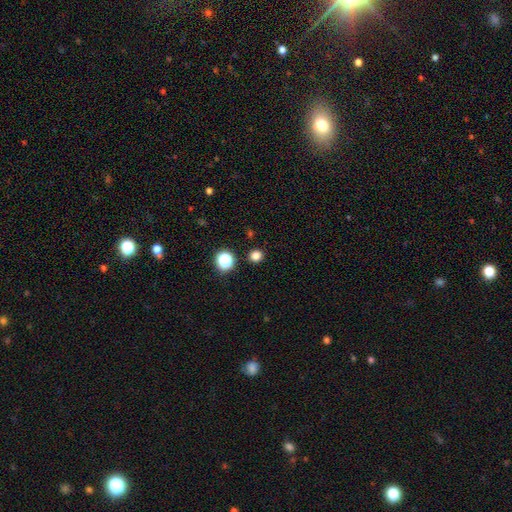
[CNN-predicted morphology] Smooth or featured? smooth (79%)
How rounded? round (90%)
Merging? none (90%)